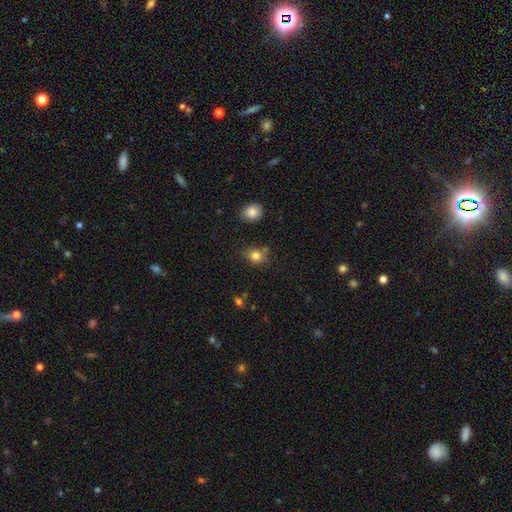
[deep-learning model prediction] smooth 81%, star or artifact 12%, featured or disk 7%. Down the decision tree: how rounded — round (60%); merging — none (74%).